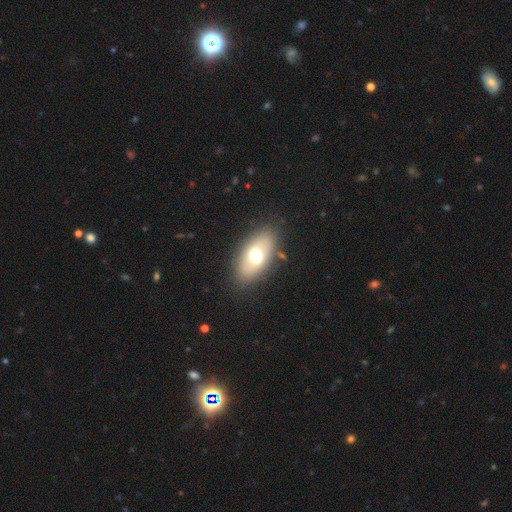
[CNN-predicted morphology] This appears to be a smooth galaxy with no disk features (62%) that is in between round and cigar-shaped (88%). Merging: none (83%).